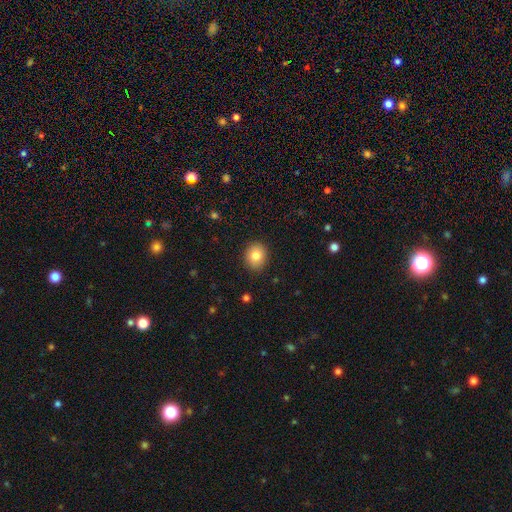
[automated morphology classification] Smooth or featured: smooth — 82% (star or artifact — 9%)
How rounded: round — 72% (in between — 27%)
Merging: none — 90% (minor disturbance — 7%)